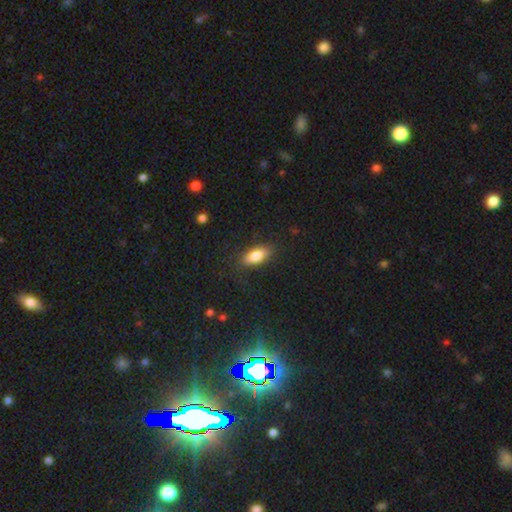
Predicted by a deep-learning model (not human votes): Overall: smooth (82%). How rounded: in between (85%). Merging: none (82%).